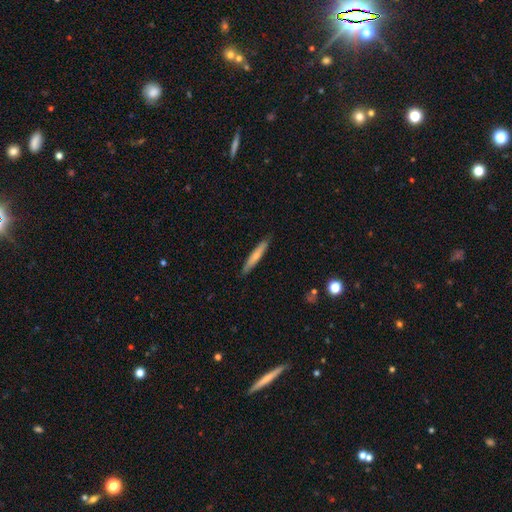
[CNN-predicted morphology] The model was most divided on "smooth or featured": smooth: 68%, featured or disk: 26%, star or artifact: 5%. More confident: how rounded — cigar-shaped (93%); merging — none (88%).